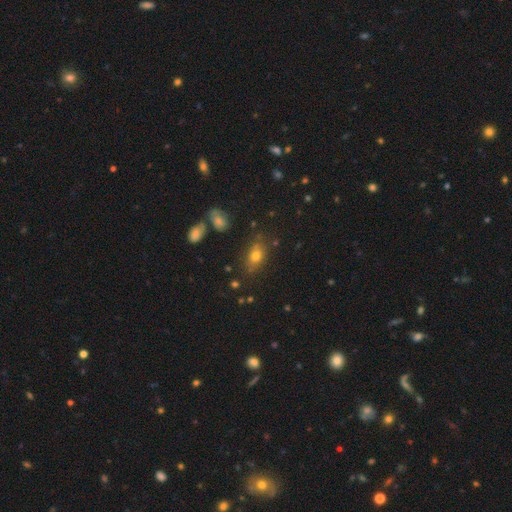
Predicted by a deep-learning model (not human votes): Smooth or featured? smooth (72%)
How rounded? in between (80%)
Merging? none (74%)